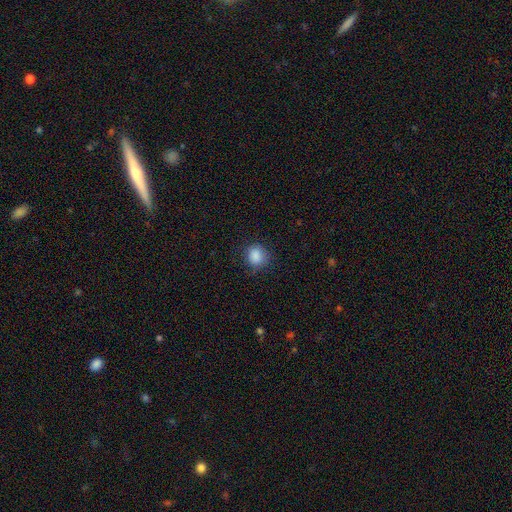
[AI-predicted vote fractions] smooth-or-featured: smooth: 87% | star or artifact: 9% | featured or disk: 4%
  how-rounded: round: 80% | in between: 19% | cigar-shaped: 1%
  merging: none: 80% | minor disturbance: 15% | major disturbance: 4% | merger: 1%